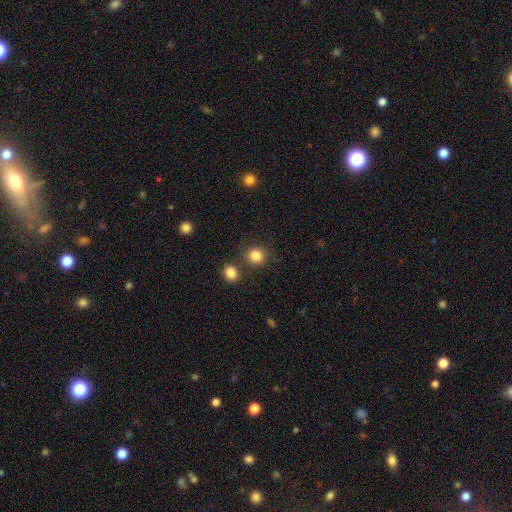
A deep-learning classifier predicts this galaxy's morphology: A smooth galaxy with no disk features (85%) that is round (85%). Merging: none (77%).